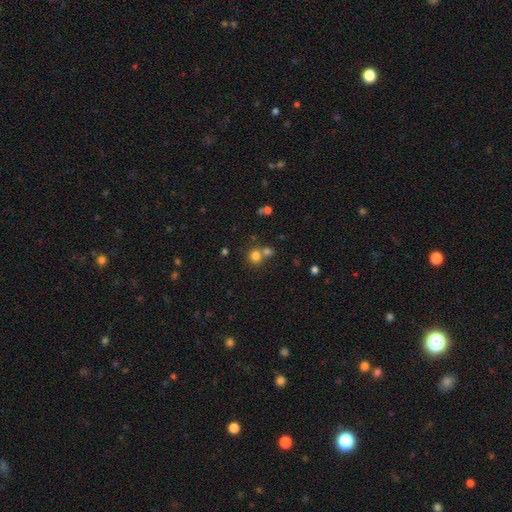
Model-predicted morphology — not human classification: A smooth galaxy with no disk features (77%) that is round (83%). Merging: none (53%).